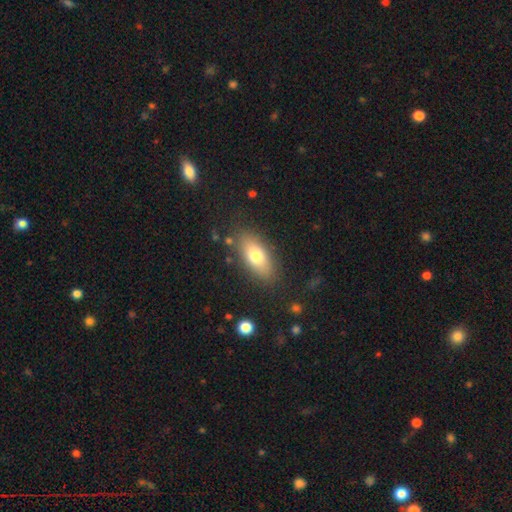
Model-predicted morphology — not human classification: Smooth or featured: smooth — 73% (featured or disk — 19%)
How rounded: in between — 83% (cigar-shaped — 12%)
Merging: none — 83% (minor disturbance — 11%)